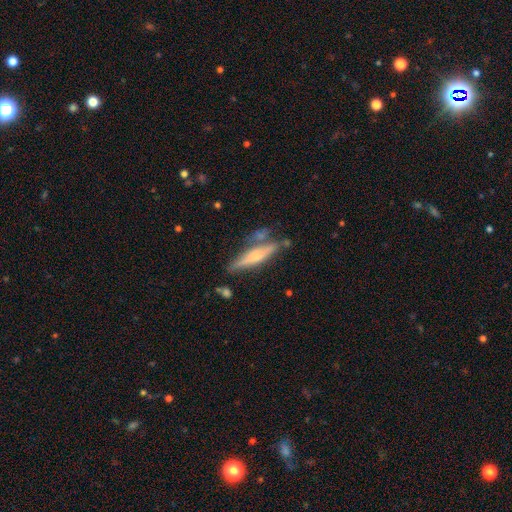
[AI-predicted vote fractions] This appears to be a featured or disk galaxy (51%) viewed edge-on (92%). Merging: none (68%).